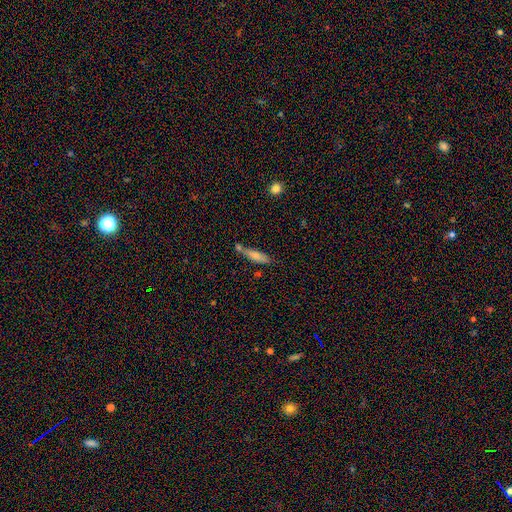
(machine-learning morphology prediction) This is likely a smooth galaxy (69%). How rounded: likely cigar-shaped (72%). Merging: possibly none (55%).